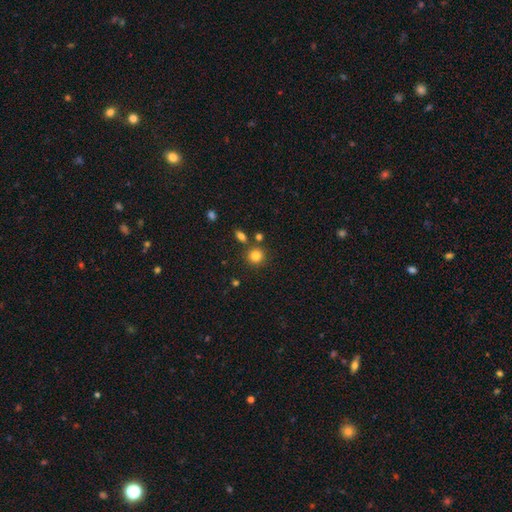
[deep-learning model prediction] This appears to be a smooth galaxy with no disk features (82%) that is round (90%). Merging: none (81%).